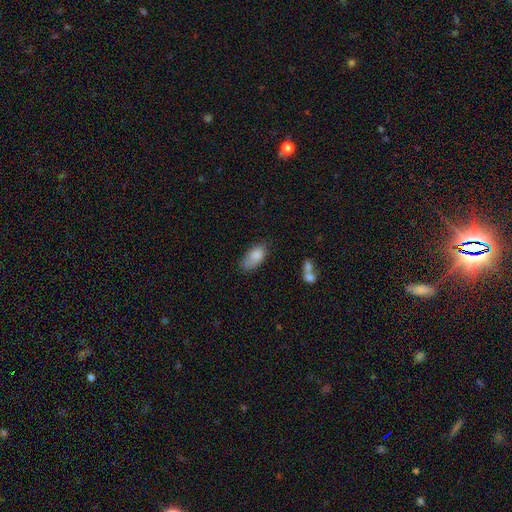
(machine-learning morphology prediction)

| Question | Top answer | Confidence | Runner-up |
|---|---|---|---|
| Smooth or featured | smooth | 83% | featured or disk (9%) |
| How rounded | in between | 91% | cigar-shaped (6%) |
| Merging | none | 55% | minor disturbance (31%) |